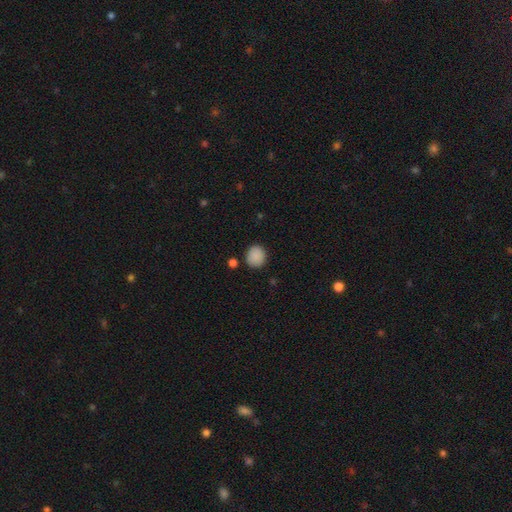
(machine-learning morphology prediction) A smooth galaxy with no disk features (88%) that is round (82%). Merging: none (84%).